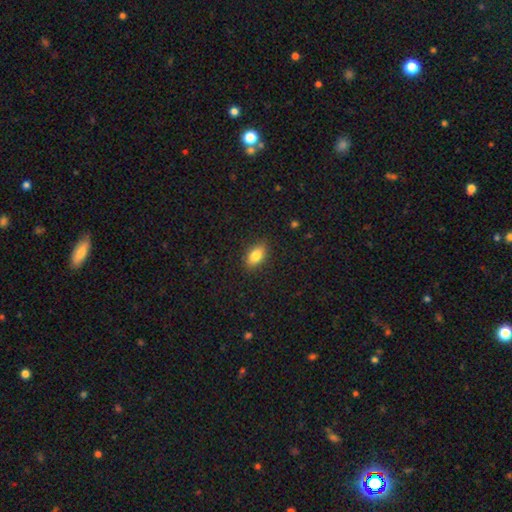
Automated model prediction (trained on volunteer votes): Smooth or featured?
  - smooth: 82% *
  - featured or disk: 10%
  - star or artifact: 8%
How rounded?
  - in between: 88% *
  - round: 8%
  - cigar-shaped: 4%
Merging?
  - none: 88% *
  - minor disturbance: 9%
  - major disturbance: 2%
  - merger: 1%